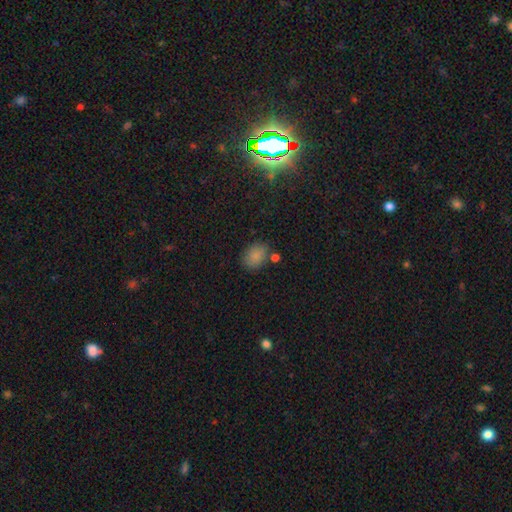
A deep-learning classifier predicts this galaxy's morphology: This appears to be a smooth galaxy with no disk features (84%) that is in between round and cigar-shaped (66%). Merging: none (73%).